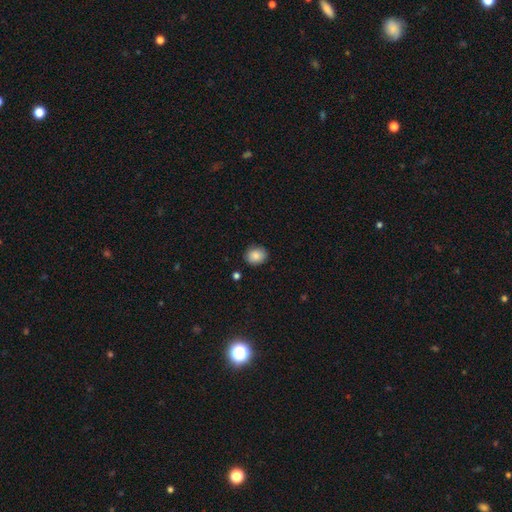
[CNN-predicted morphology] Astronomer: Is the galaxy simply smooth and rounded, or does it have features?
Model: smooth — 86%.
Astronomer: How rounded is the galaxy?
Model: round — 66%.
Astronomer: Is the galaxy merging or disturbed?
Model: none — 86%.